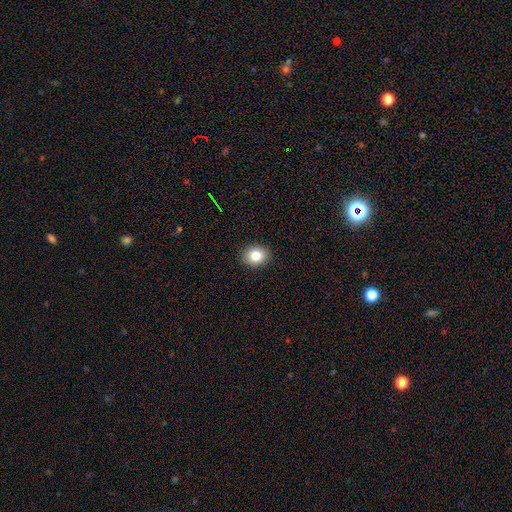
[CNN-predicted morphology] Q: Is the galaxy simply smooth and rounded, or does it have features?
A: smooth — 82%.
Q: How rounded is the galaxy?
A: round — 60%.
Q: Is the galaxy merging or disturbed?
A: none — 91%.